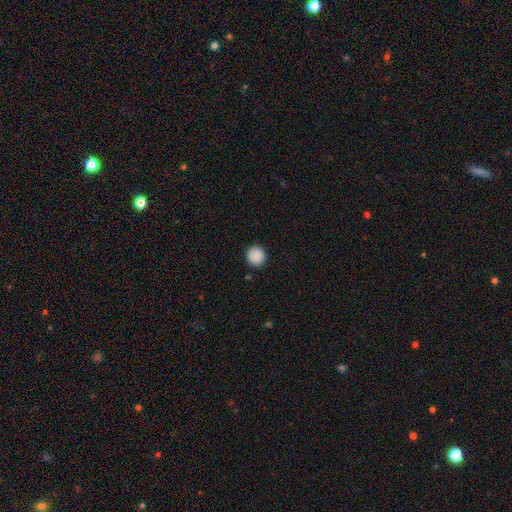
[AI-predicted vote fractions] This appears to be a smooth galaxy with no disk features (89%) that is round (95%). Merging: none (90%).